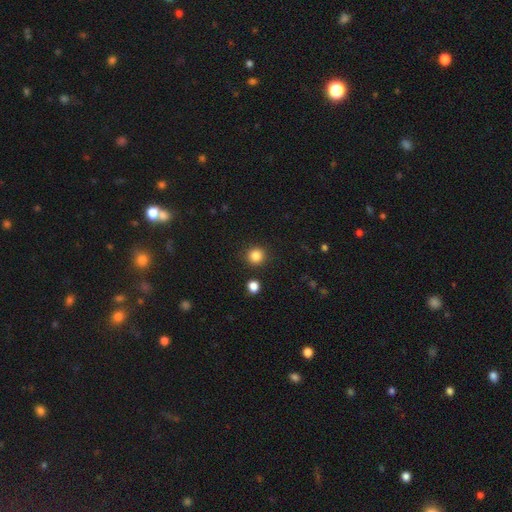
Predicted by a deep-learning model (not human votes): A smooth galaxy with no disk features (85%) that is round (92%).

Vote fractions:
- Smooth or featured? smooth: 85% / star or artifact: 11% / featured or disk: 4%
- How rounded? round: 92% / in between: 7% / cigar-shaped: 1%
- Merging? none: 89% / minor disturbance: 6% / merger: 3% / major disturbance: 2%